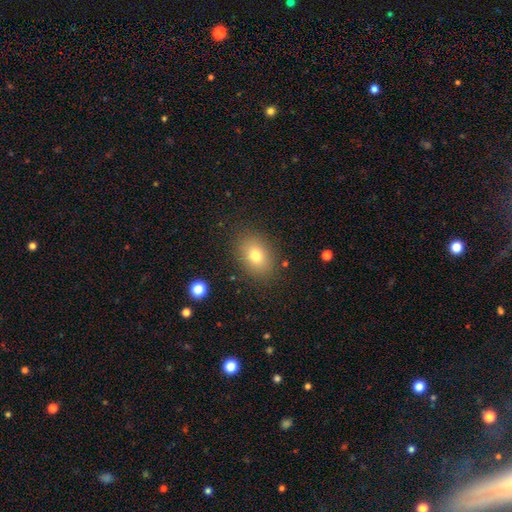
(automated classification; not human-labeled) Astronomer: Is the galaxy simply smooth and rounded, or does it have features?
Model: smooth — 77%.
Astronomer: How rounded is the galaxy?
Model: in between — 71%.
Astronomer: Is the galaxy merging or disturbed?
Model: none — 85%.